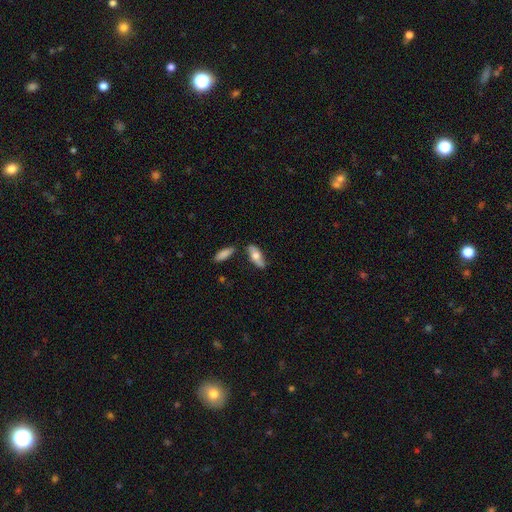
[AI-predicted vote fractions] smooth 59%, featured or disk 35%, star or artifact 6%. Down the decision tree: how rounded — in between (70%); merging — none (71%).